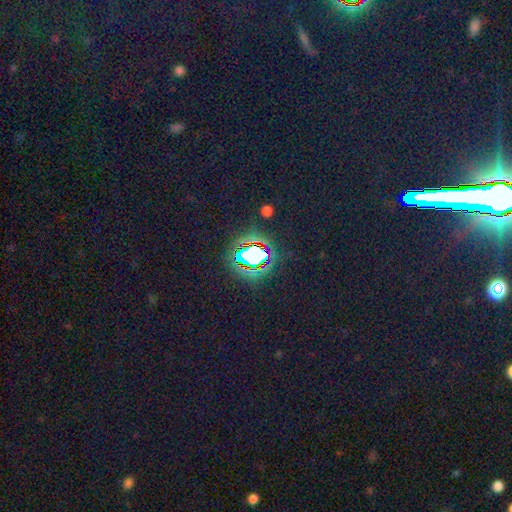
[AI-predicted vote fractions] A star or artifact, not a galaxy (67%).

Vote fractions:
- Smooth or featured? star or artifact: 67% / smooth: 22% / featured or disk: 11%